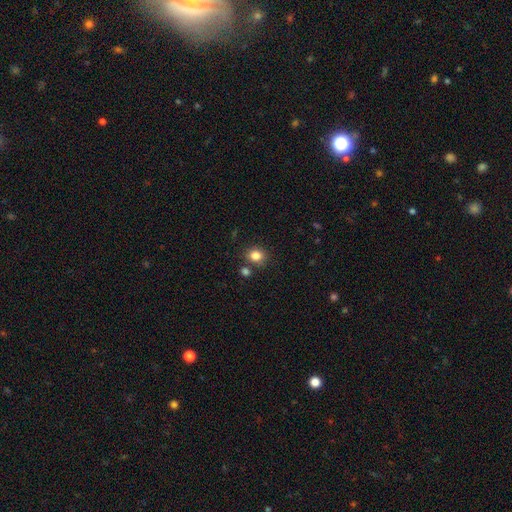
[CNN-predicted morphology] type=smooth (83%); roundness=round (66%); merging=none (77%).